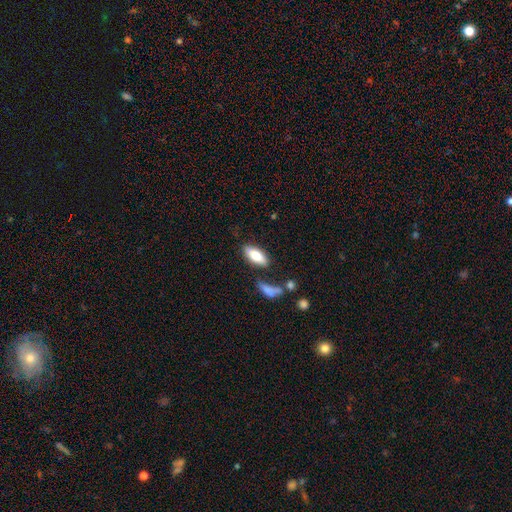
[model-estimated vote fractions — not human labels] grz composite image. It shows a smooth galaxy with no disk features (73%) that is in between round and cigar-shaped (81%). Merging: none (75%).